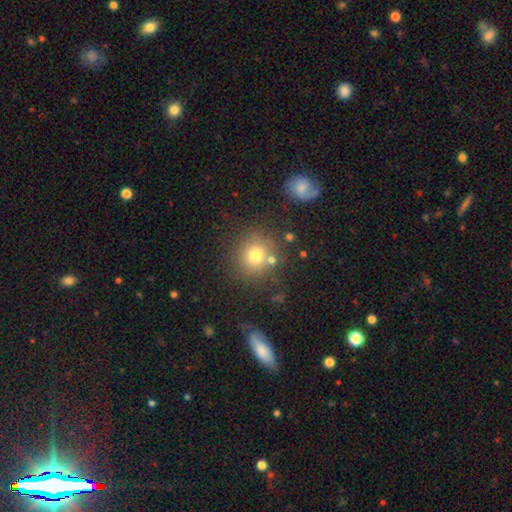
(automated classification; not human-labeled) This is likely a smooth galaxy (75%). How rounded: clearly round (90%). Merging: likely none (78%).